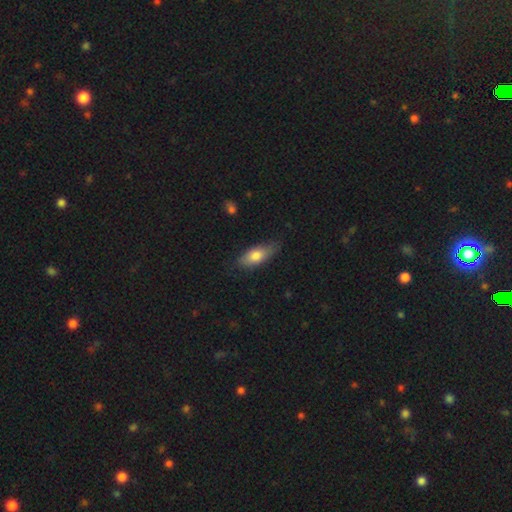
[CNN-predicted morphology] smooth_or_featured: smooth (p=0.75) [alt: featured or disk p=0.19]
how_rounded: in between (p=0.76) [alt: cigar-shaped p=0.21]
merging: none (p=0.73) [alt: minor disturbance p=0.22]